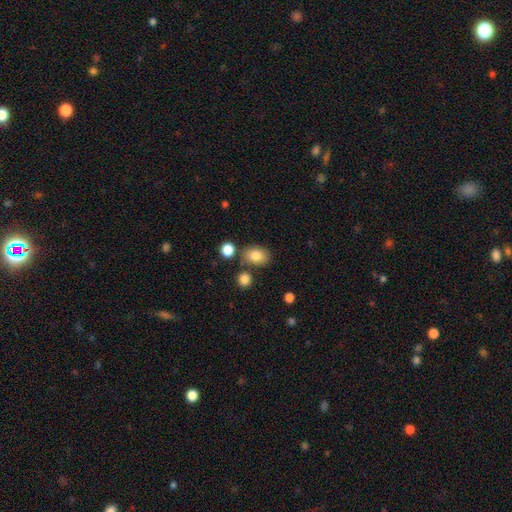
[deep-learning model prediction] This is clearly a smooth galaxy (82%). How rounded: likely in between (70%). Merging: likely none (75%).